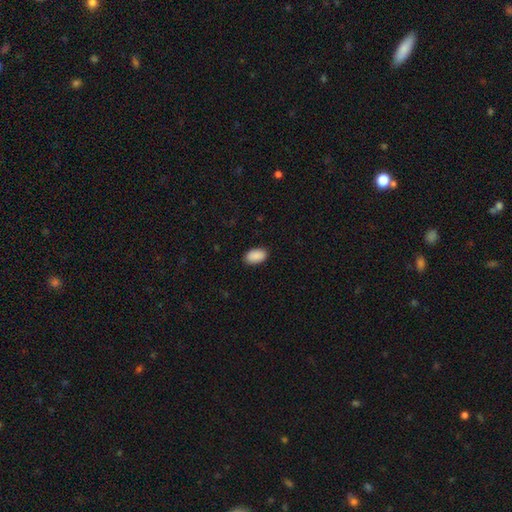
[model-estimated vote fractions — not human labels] Morphology: type=smooth (91%); roundness=in between (93%); merging=none (88%).